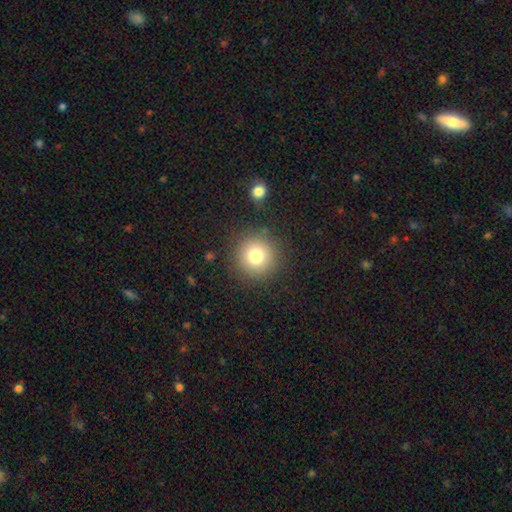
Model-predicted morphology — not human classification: A smooth galaxy with no disk features (77%) that is round (95%). Merging: none (88%).